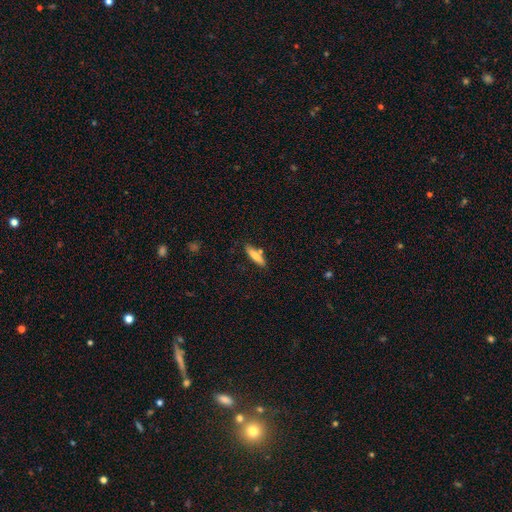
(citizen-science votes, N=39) Overall: smooth (77%). How rounded: cigar-shaped (87%). Merging: none (77%).